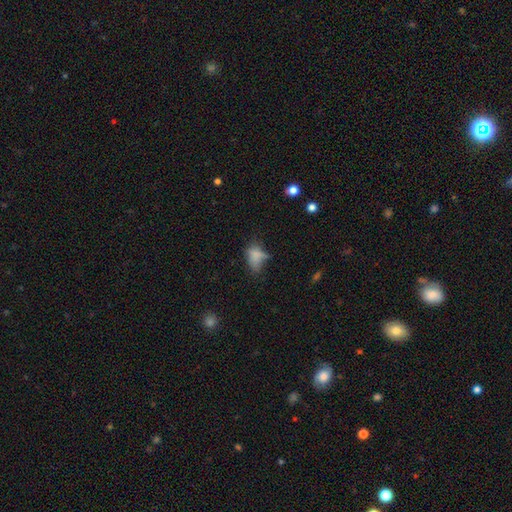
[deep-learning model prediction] Smooth or featured: smooth — 70% (featured or disk — 16%)
How rounded: in between — 84% (round — 11%)
Merging: none — 35% (minor disturbance — 29%)